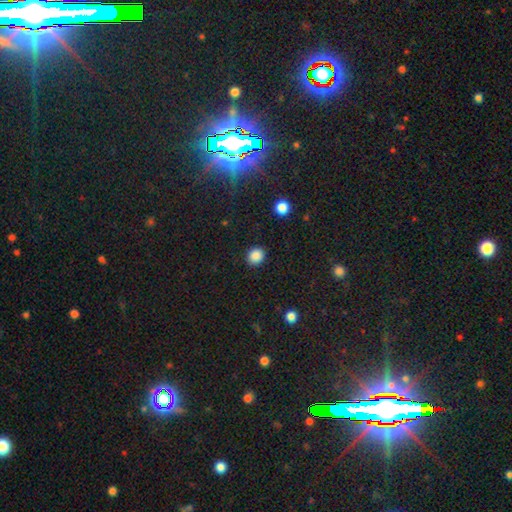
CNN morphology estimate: This is clearly a smooth galaxy (87%). How rounded: likely round (76%). Merging: clearly none (90%).